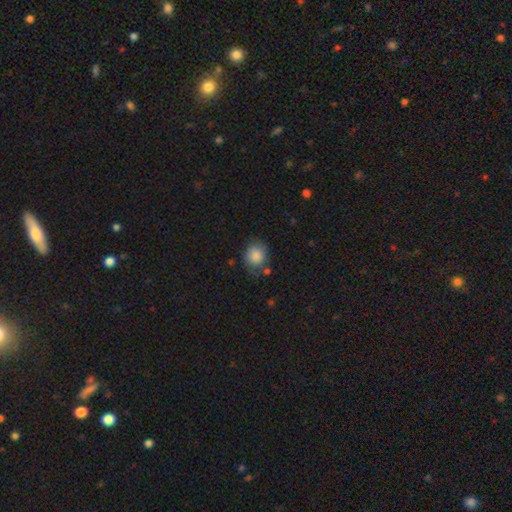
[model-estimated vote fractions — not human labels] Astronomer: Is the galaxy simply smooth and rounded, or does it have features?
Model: smooth — 87%.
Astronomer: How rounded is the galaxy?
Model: round — 71%.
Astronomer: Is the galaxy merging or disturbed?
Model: none — 71%.